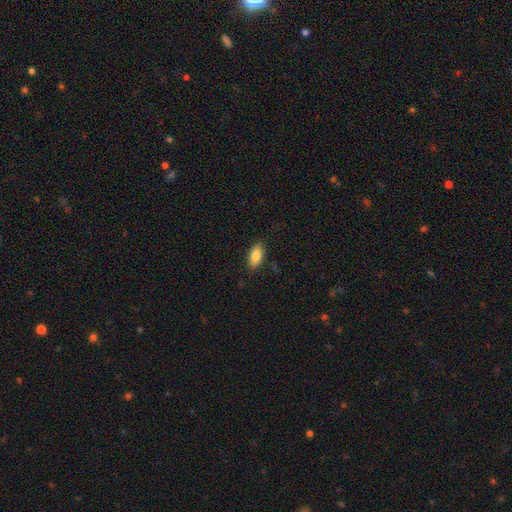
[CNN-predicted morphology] Q: Smooth or featured?
A: smooth (83%); runner-up: featured or disk (10%)
Q: How rounded?
A: in between (90%); runner-up: cigar-shaped (7%)
Q: Merging?
A: none (85%); runner-up: minor disturbance (11%)